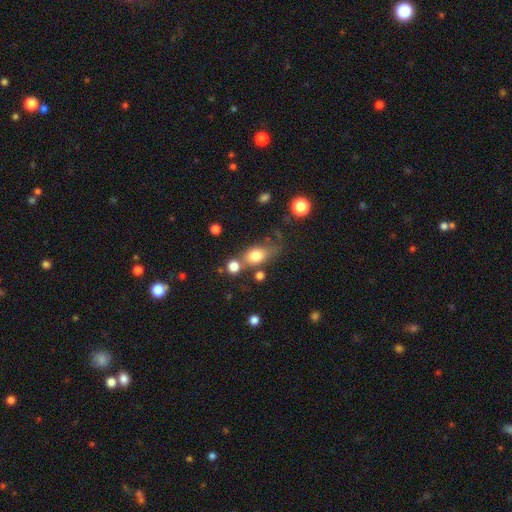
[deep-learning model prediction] Smooth or featured? Predicted: smooth (p=0.76). How rounded? Predicted: in between (p=0.67). Merging? Predicted: none (p=0.49).